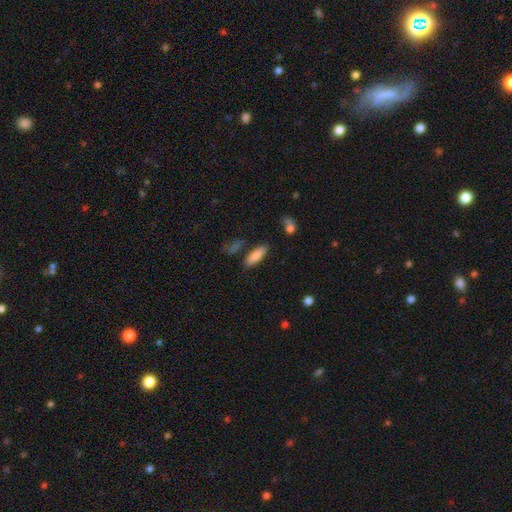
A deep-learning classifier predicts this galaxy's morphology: A smooth galaxy with no disk features (82%) that is cigar-shaped (55%).

Vote fractions:
- Smooth or featured? smooth: 82% / featured or disk: 11% / star or artifact: 7%
- How rounded? cigar-shaped: 55% / in between: 43% / round: 2%
- Merging? none: 79% / minor disturbance: 12% / merger: 5% / major disturbance: 3%